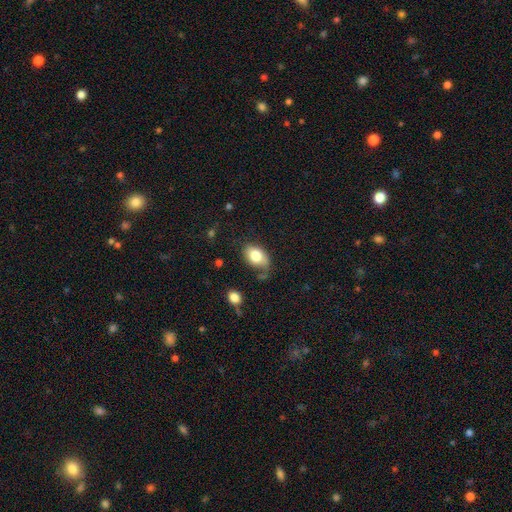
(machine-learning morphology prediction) Smooth or featured? Predicted: smooth (p=0.81). How rounded? Predicted: in between (p=0.86). Merging? Predicted: none (p=0.58).